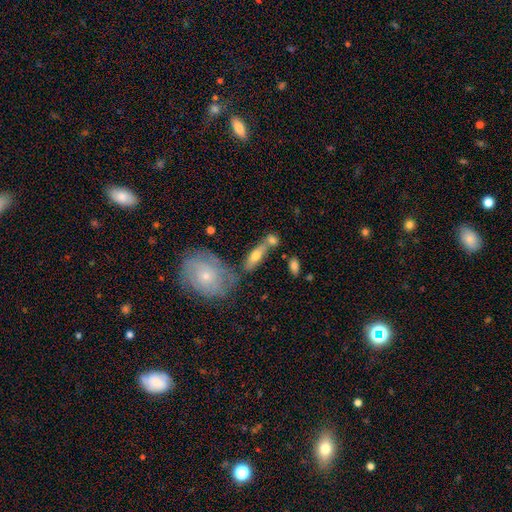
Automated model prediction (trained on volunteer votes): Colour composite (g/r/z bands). It shows a smooth galaxy with no disk features (49%). Merging: none (53%).